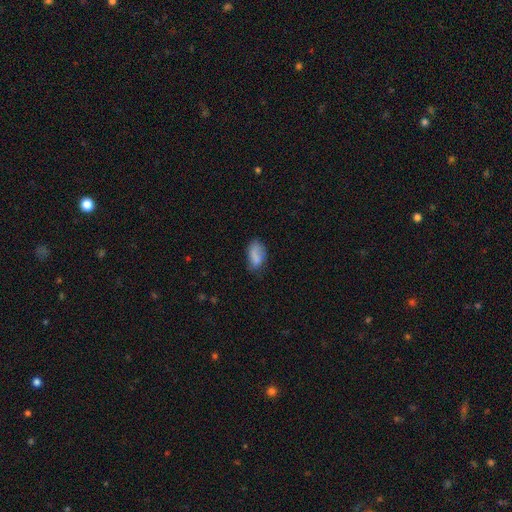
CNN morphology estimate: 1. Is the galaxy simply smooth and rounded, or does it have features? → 78% smooth, 13% featured or disk, 9% star or artifact.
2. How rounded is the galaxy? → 91% in between, 6% round, 3% cigar-shaped.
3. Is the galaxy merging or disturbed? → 53% none, 31% minor disturbance, 12% major disturbance, 3% merger.